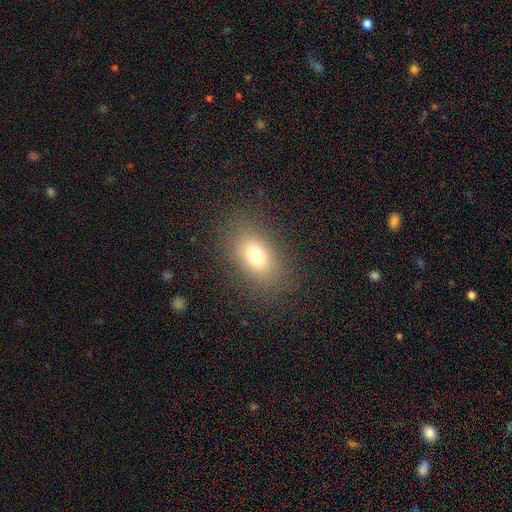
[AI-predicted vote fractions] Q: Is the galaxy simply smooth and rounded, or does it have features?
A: smooth — 73%.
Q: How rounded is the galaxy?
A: in between — 82%.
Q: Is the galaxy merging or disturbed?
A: none — 84%.